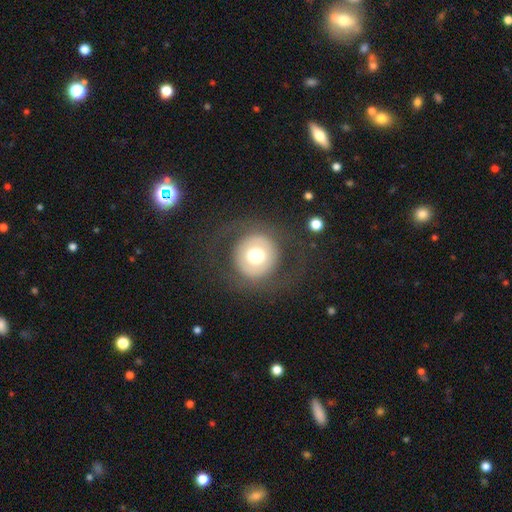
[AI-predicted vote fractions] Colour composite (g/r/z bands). It shows a smooth galaxy with no disk features (55%) that is round (93%). Merging: none (79%).